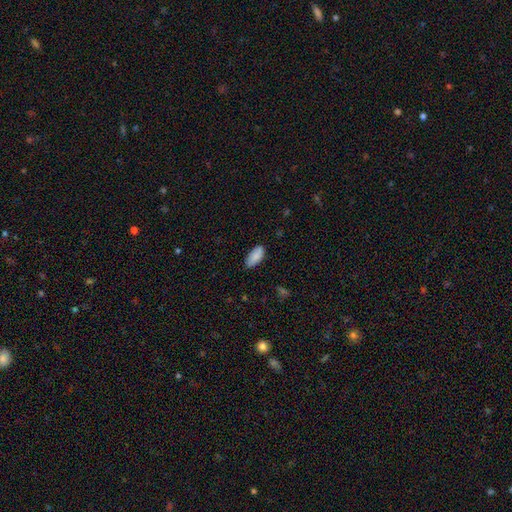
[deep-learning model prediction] Smooth or featured?
  - smooth: 88% *
  - star or artifact: 6%
  - featured or disk: 5%
How rounded?
  - in between: 91% *
  - cigar-shaped: 7%
  - round: 2%
Merging?
  - none: 79% *
  - minor disturbance: 17%
  - major disturbance: 3%
  - merger: 1%